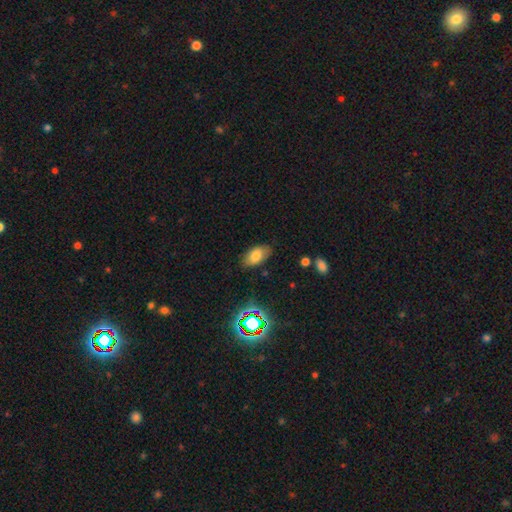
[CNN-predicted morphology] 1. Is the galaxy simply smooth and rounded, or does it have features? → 76% smooth, 13% featured or disk, 11% star or artifact.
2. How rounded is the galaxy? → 93% in between, 5% round, 2% cigar-shaped.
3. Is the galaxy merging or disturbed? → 80% none, 15% minor disturbance, 3% major disturbance, 2% merger.